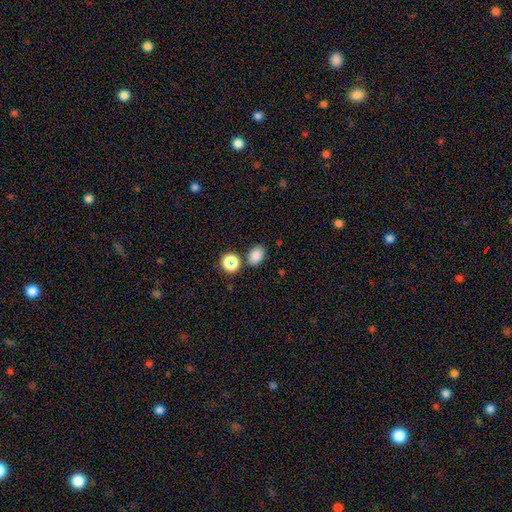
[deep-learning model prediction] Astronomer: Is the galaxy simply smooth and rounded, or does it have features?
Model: smooth — 81%.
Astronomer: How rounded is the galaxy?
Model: in between — 70%.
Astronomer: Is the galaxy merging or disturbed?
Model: none — 77%.